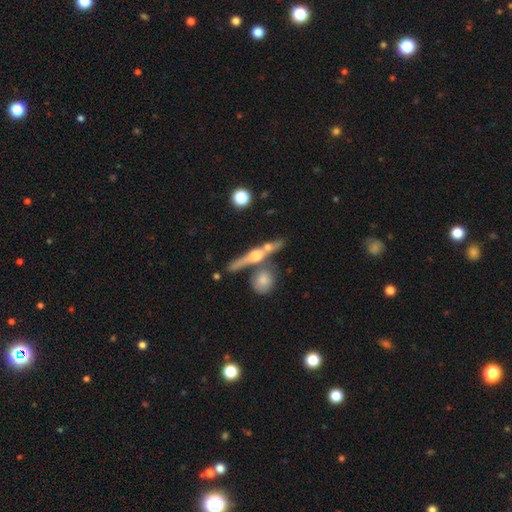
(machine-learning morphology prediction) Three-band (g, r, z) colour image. It shows a featured or disk galaxy (67%) viewed edge-on (92%) with a rounded central bulge (90%). Merging: none (60%).